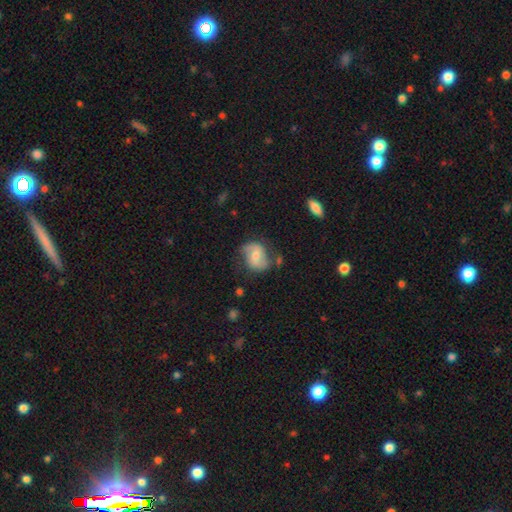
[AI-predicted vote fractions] Smooth or featured? featured or disk (55%)
Edge-on disk? no (96%)
Bar? weak (44%)
Spiral arms? yes (82%)
Bulge size? moderate (52%)
Merging? none (60%)